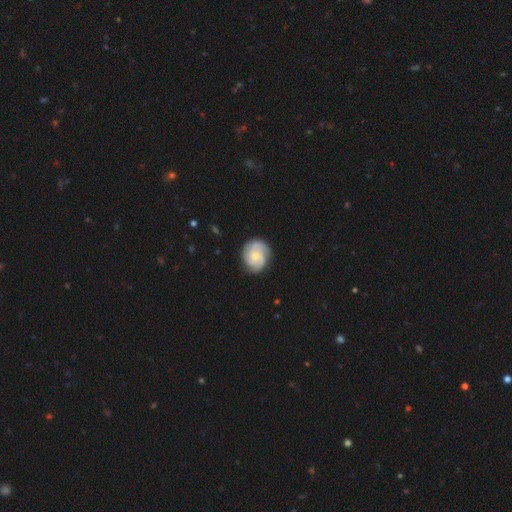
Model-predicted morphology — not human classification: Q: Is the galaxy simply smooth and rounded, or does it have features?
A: featured or disk — 79%.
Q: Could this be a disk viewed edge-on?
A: no — 98%.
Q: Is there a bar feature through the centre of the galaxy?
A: no — 72%.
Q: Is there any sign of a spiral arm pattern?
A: yes — 97%.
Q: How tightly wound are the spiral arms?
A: tight — 60%.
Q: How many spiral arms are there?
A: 3 — 54%.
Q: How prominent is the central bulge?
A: small — 58%.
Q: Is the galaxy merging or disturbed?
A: none — 81%.